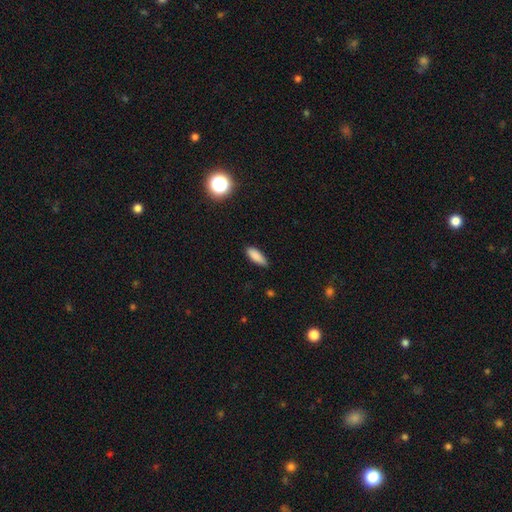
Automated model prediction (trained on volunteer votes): This appears to be a smooth galaxy with no disk features (87%) that is in between round and cigar-shaped (68%). Merging: none (81%).